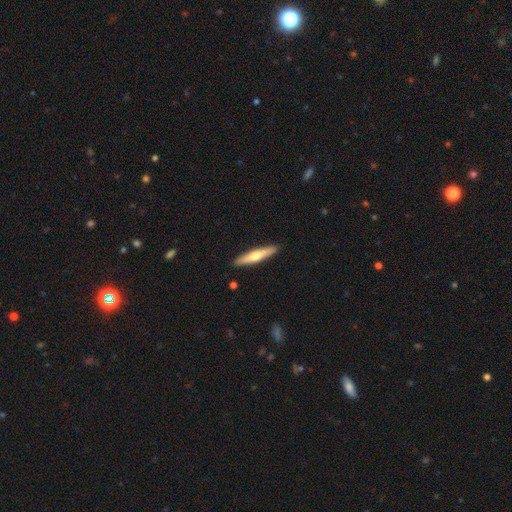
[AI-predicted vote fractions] Smooth or featured: smooth — 52% (featured or disk — 43%)
How rounded: cigar-shaped — 87% (in between — 11%)
Merging: none — 91% (minor disturbance — 7%)